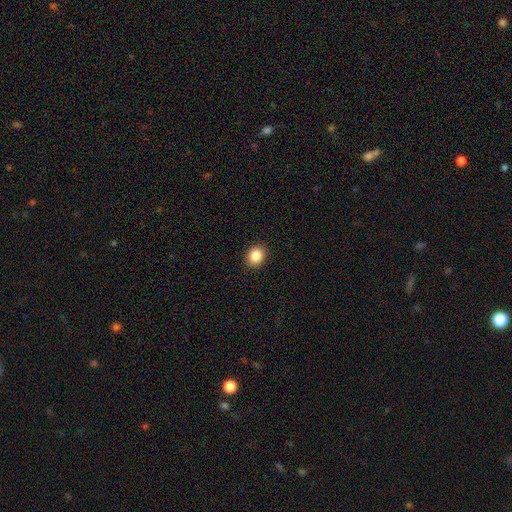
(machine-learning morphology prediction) A smooth galaxy with no disk features (86%) that is round (60%). Merging: none (91%).